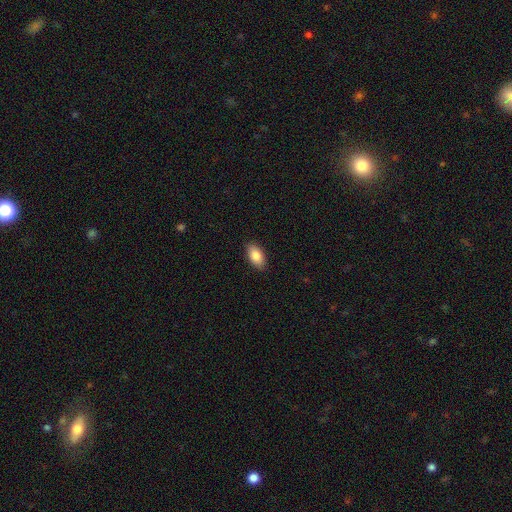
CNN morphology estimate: type=smooth (85%); roundness=in between (93%); merging=none (89%).